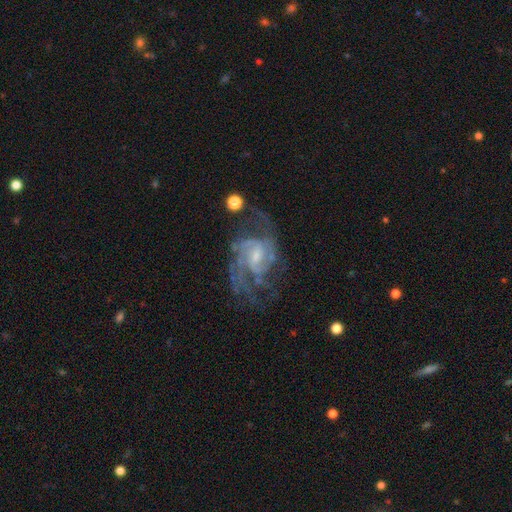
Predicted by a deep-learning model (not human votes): smooth-or-featured: featured or disk: 88% | star or artifact: 6% | smooth: 6%
  disk-edge-on: no: 98% | yes: 2%
    bar: weak: 55% | no: 32% | strong: 13%
    has-spiral-arms: yes: 95% | no: 5%
      spiral-winding: medium: 51% | tight: 29% | loose: 20%
      spiral-arm-count: 2: 44% | can't tell: 20% | 3: 19% | 4: 7% | 1: 5% | more than 4: 5%
    bulge-size: small: 54% | moderate: 32% | none: 10% | large: 3% | dominant: 1%
  merging: none: 52% | major disturbance: 26% | minor disturbance: 19% | merger: 4%